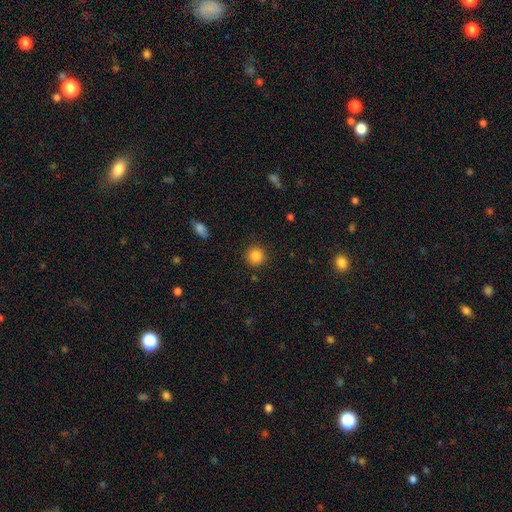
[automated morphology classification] Q: Smooth or featured?
A: smooth (86%); runner-up: star or artifact (10%)
Q: How rounded?
A: round (93%); runner-up: in between (6%)
Q: Merging?
A: none (90%); runner-up: minor disturbance (7%)